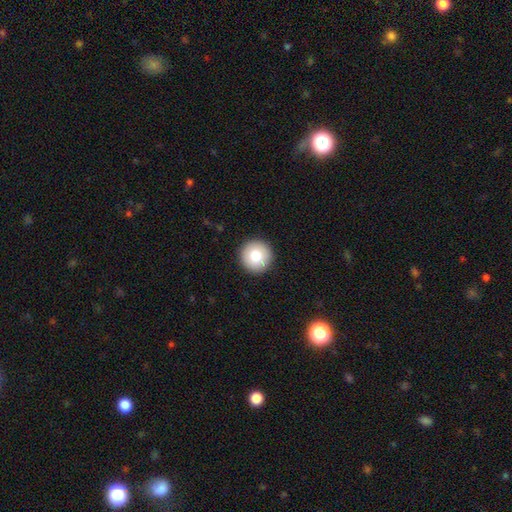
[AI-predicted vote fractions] Smooth or featured: smooth — 80% (featured or disk — 11%)
How rounded: round — 96% (in between — 3%)
Merging: none — 92% (minor disturbance — 5%)